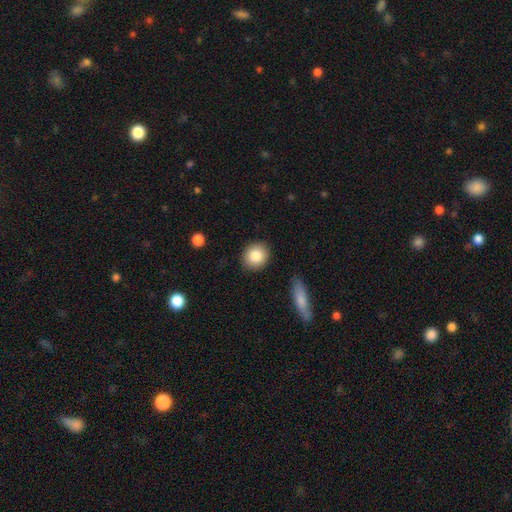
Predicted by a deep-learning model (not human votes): A smooth galaxy with no disk features (84%) that is round (74%). Merging: none (89%).